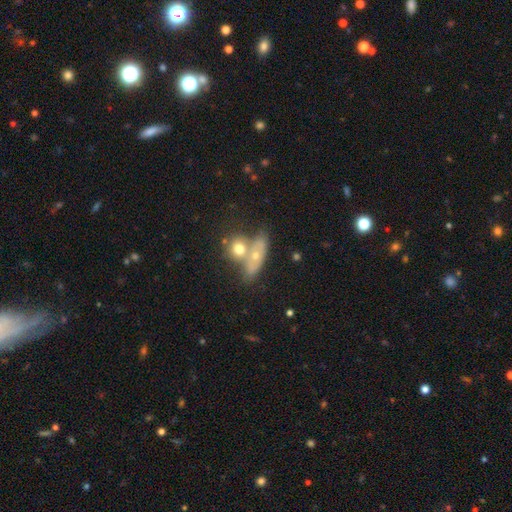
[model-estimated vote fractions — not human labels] This is possibly a smooth galaxy (52%). How rounded: possibly in between (54%). Merging: possibly merger (45%).